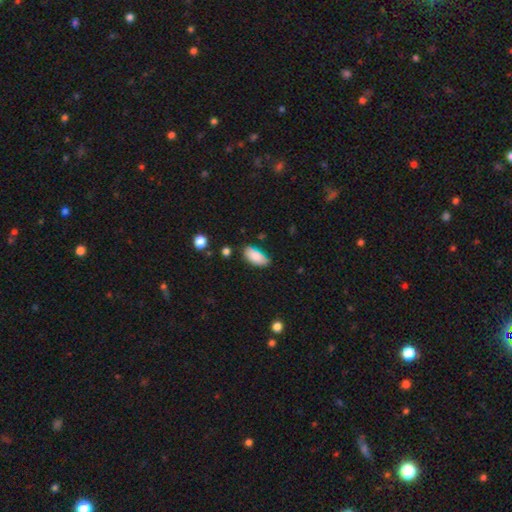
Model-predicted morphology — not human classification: Smooth or featured? smooth (84%)
How rounded? in between (90%)
Merging? none (68%)